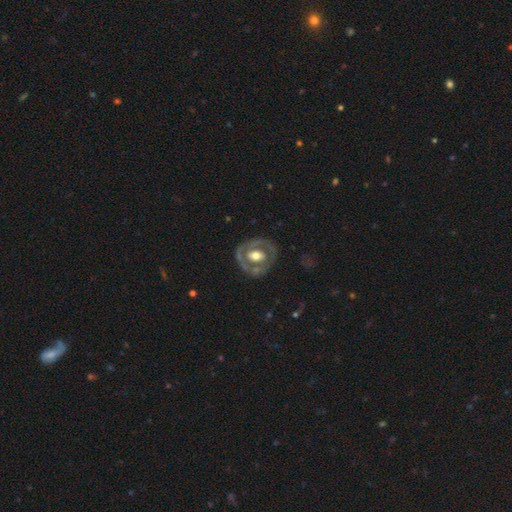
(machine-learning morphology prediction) A featured or disk galaxy (66%) with no bar (62%), no spiral arms (69%) and a moderate central bulge (61%). Merging: none (70%).